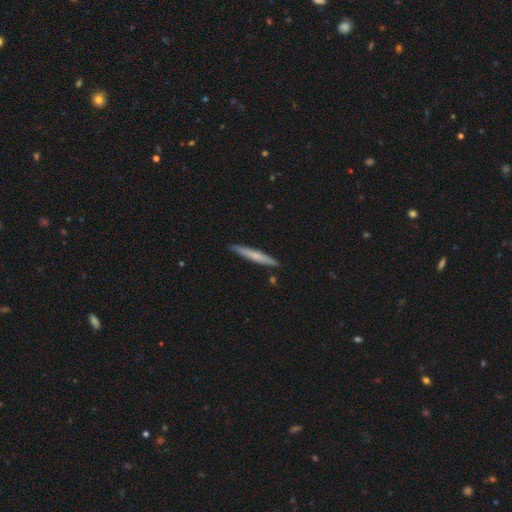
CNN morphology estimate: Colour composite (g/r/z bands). It shows a smooth galaxy with no disk features (56%) that is cigar-shaped (96%). Merging: none (89%).